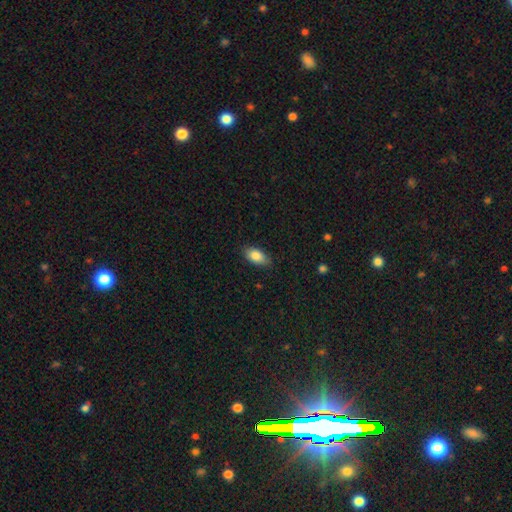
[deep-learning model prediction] A smooth galaxy with no disk features (86%) that is in between round and cigar-shaped (92%). Merging: none (85%).